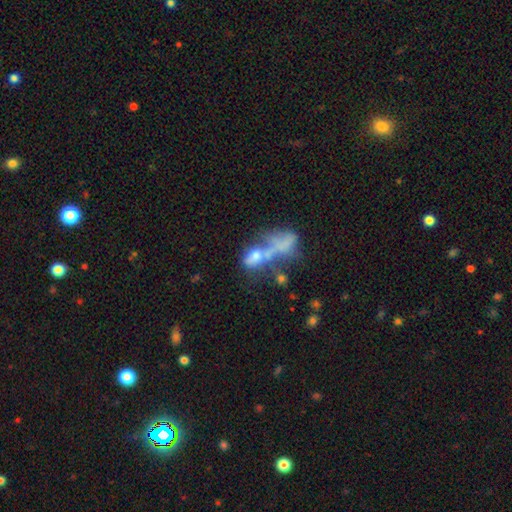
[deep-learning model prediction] smooth 54%, featured or disk 32%, star or artifact 14%. Down the decision tree: how rounded — in between (77%); merging — merger (57%).